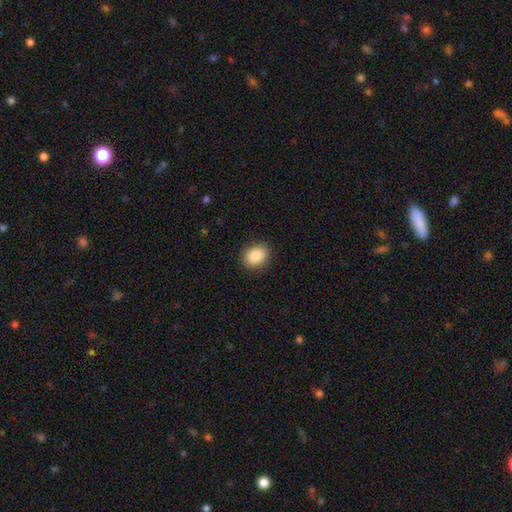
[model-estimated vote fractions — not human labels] smooth 87%, star or artifact 8%, featured or disk 5%. Down the decision tree: how rounded — in between (53%); merging — none (89%).